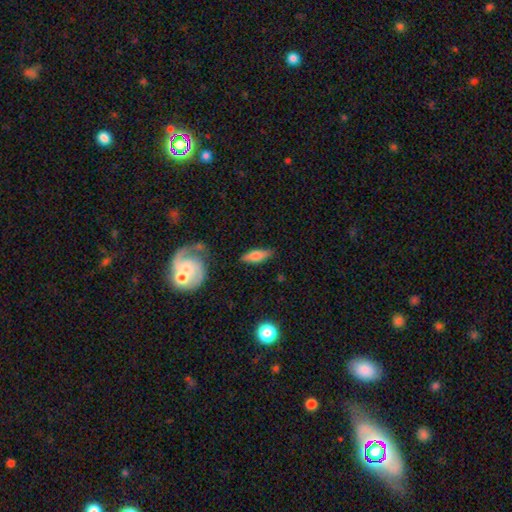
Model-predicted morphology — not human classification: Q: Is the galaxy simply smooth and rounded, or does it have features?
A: smooth — 64%.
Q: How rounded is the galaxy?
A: in between — 53%.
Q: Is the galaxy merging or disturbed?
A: none — 78%.